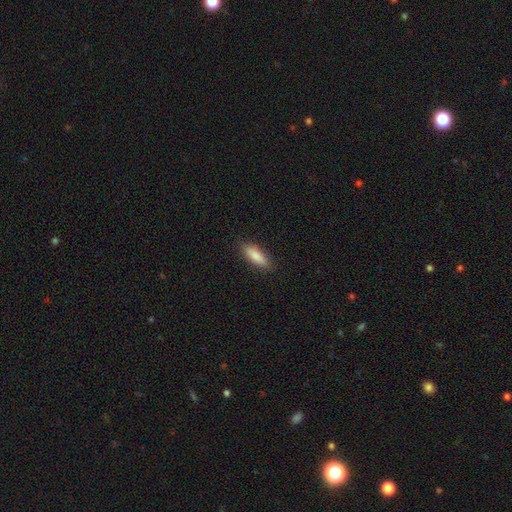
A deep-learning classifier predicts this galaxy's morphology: Smooth or featured? Predicted: smooth (p=0.85). How rounded? Predicted: in between (p=0.52). Merging? Predicted: none (p=0.87).